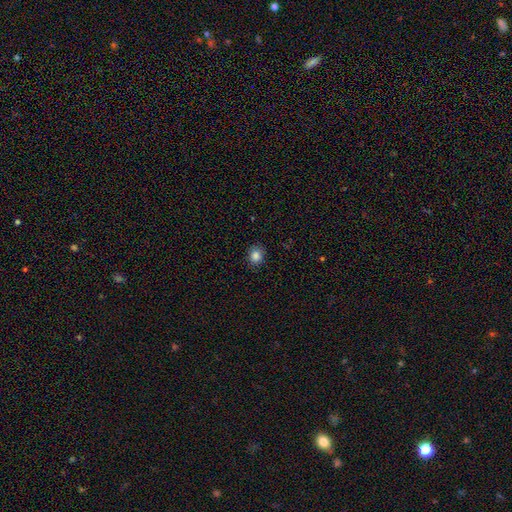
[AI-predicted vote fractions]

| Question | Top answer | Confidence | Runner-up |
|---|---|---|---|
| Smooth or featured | smooth | 85% | star or artifact (11%) |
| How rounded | round | 74% | in between (25%) |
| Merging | none | 86% | minor disturbance (10%) |